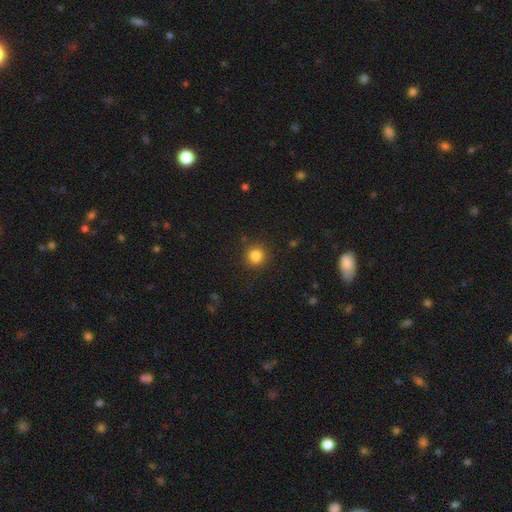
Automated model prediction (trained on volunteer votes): This is clearly a smooth galaxy (84%). How rounded: clearly round (92%). Merging: clearly none (90%).